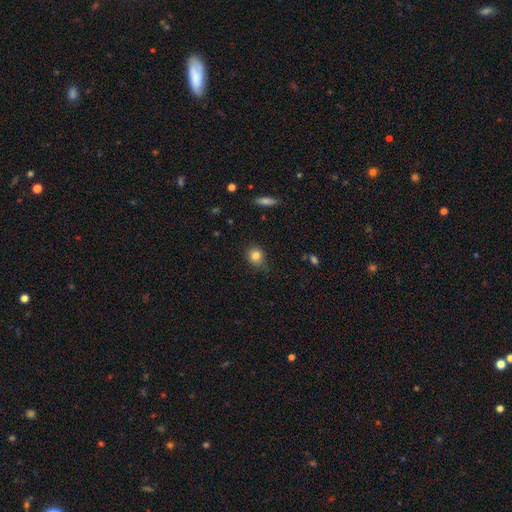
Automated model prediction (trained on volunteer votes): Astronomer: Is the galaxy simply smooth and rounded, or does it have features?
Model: smooth — 82%.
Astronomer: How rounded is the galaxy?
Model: round — 72%.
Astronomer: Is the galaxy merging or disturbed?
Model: none — 75%.